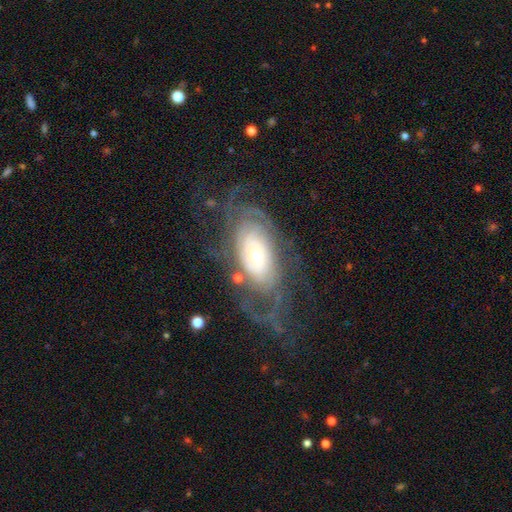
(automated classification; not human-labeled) A featured or disk galaxy (82%) with no bar (71%), tight (64%) spiral arms (92%) and a moderate central bulge (54%). Merging: none (60%).